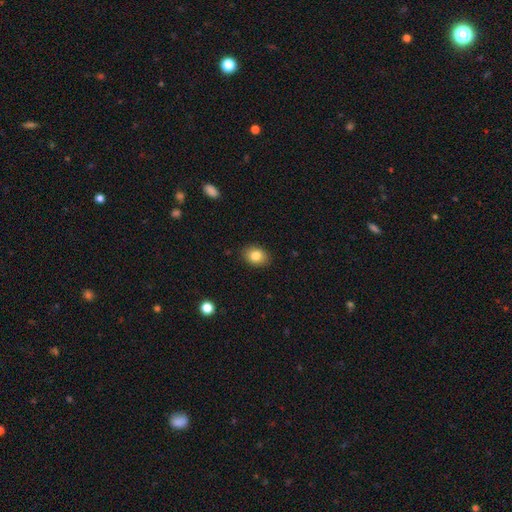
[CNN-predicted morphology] Smooth or featured: smooth — 83% (star or artifact — 9%)
How rounded: in between — 64% (round — 35%)
Merging: none — 88% (minor disturbance — 9%)